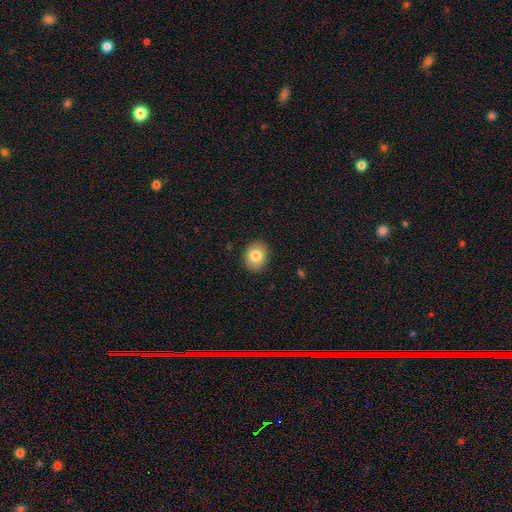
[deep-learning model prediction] This is clearly a smooth galaxy (82%). How rounded: possibly round (50%). Merging: clearly none (90%).